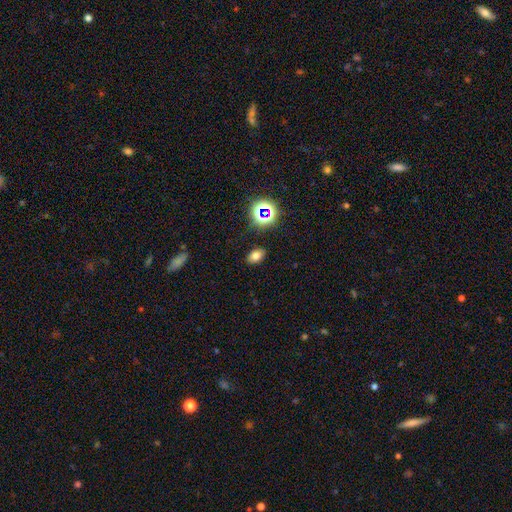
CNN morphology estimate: smooth-or-featured: smooth: 72% | star or artifact: 19% | featured or disk: 9%
  how-rounded: in between: 84% | round: 14% | cigar-shaped: 2%
  merging: none: 87% | minor disturbance: 9% | major disturbance: 3% | merger: 1%